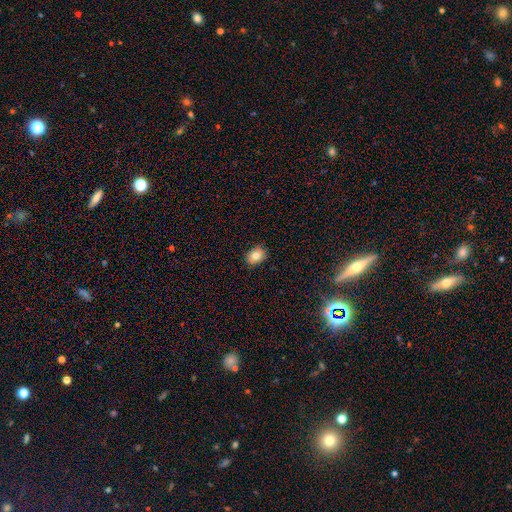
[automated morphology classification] smooth_or_featured: smooth (p=0.80) [alt: star or artifact p=0.10]
how_rounded: in between (p=0.57) [alt: round p=0.42]
merging: none (p=0.87) [alt: minor disturbance p=0.10]